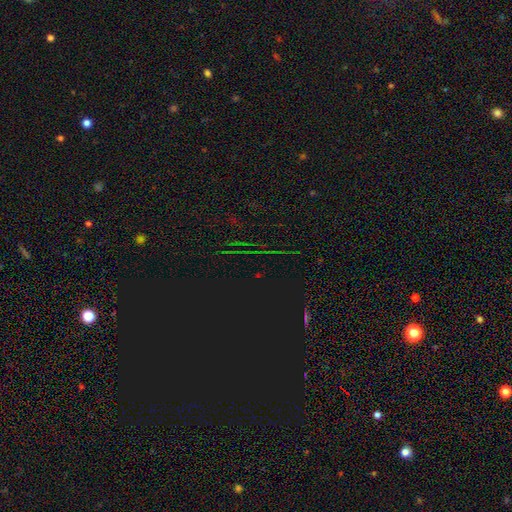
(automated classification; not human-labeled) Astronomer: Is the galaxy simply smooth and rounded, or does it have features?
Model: star or artifact — 79%.